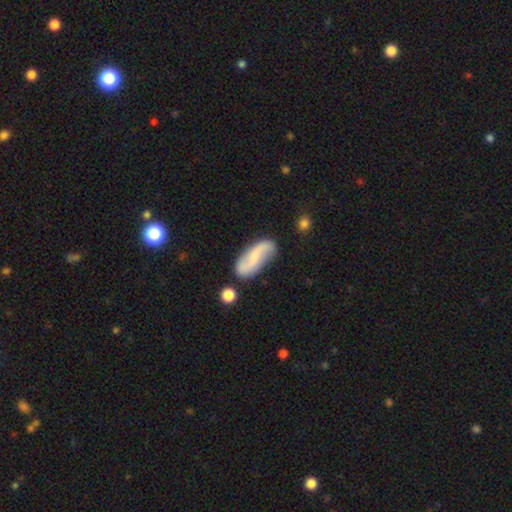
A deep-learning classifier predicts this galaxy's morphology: A featured or disk galaxy (59%) with no bar (44%), 2 (90%) loose (75%) spiral arms (92%) and a small central bulge (48%). Merging: none (75%).